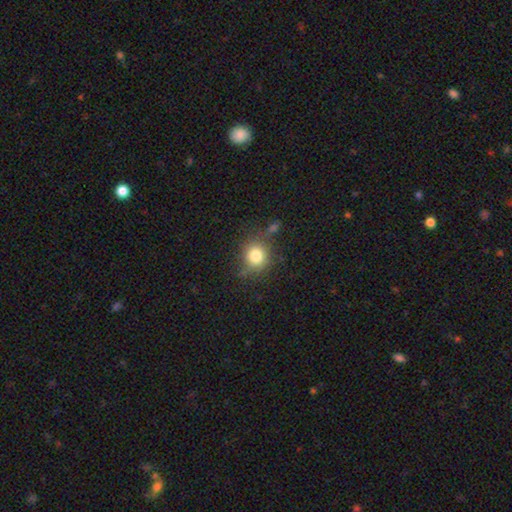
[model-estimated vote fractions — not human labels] smooth-or-featured: smooth: 81% | star or artifact: 11% | featured or disk: 8%
  how-rounded: round: 85% | in between: 14% | cigar-shaped: 1%
  merging: none: 74% | minor disturbance: 15% | merger: 6% | major disturbance: 5%